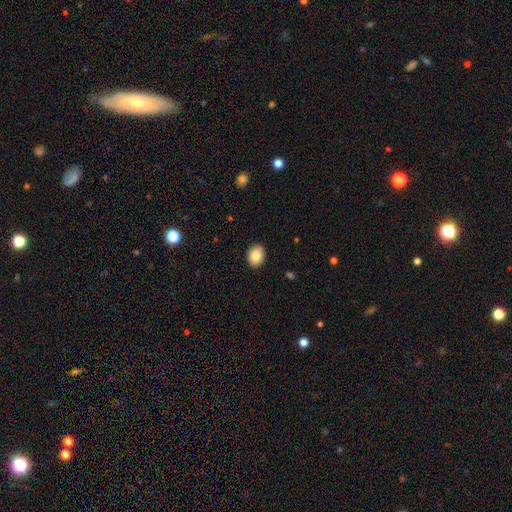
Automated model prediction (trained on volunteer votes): smooth-or-featured: smooth: 85% | featured or disk: 8% | star or artifact: 8%
  how-rounded: in between: 67% | round: 32% | cigar-shaped: 1%
  merging: none: 91% | minor disturbance: 7% | major disturbance: 2% | merger: 1%